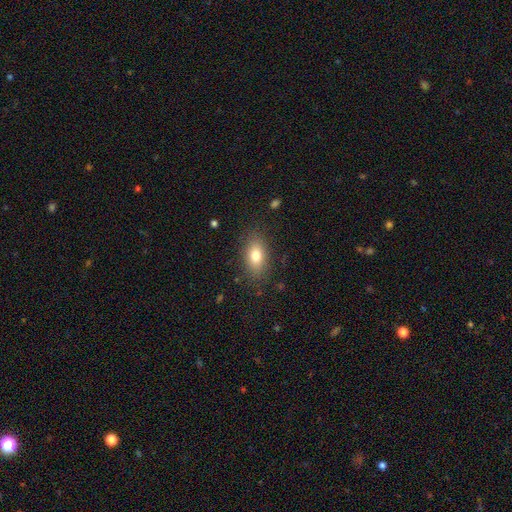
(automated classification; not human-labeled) A smooth galaxy with no disk features (77%) that is in between round and cigar-shaped (85%).

Vote fractions:
- Smooth or featured? smooth: 77% / featured or disk: 14% / star or artifact: 9%
- How rounded? in between: 85% / round: 10% / cigar-shaped: 6%
- Merging? none: 84% / minor disturbance: 11% / major disturbance: 3% / merger: 1%